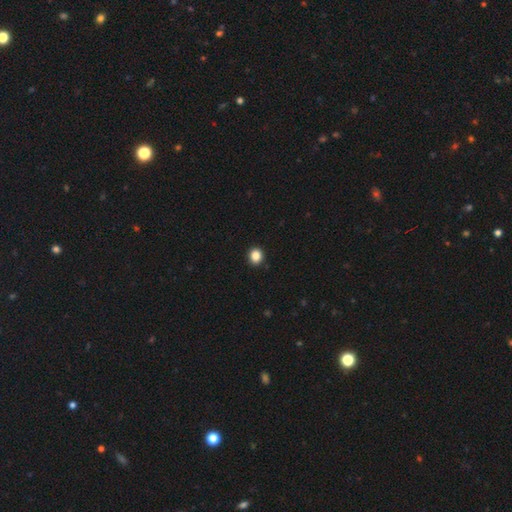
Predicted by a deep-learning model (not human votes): Morphology: type=smooth (86%); roundness=round (82%); merging=none (92%).